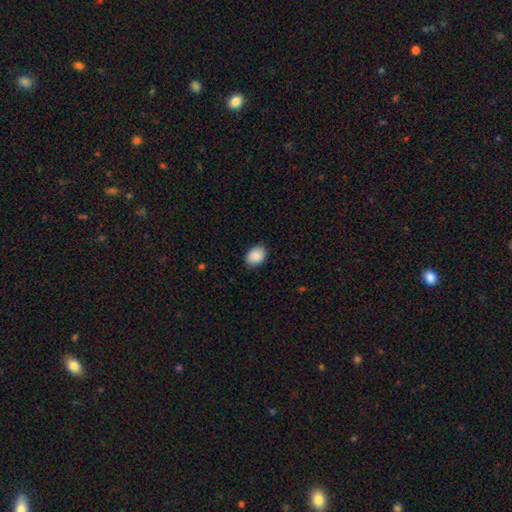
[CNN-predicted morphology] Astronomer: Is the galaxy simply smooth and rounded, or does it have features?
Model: smooth — 90%.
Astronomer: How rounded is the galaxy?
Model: in between — 72%.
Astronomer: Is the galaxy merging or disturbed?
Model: none — 85%.